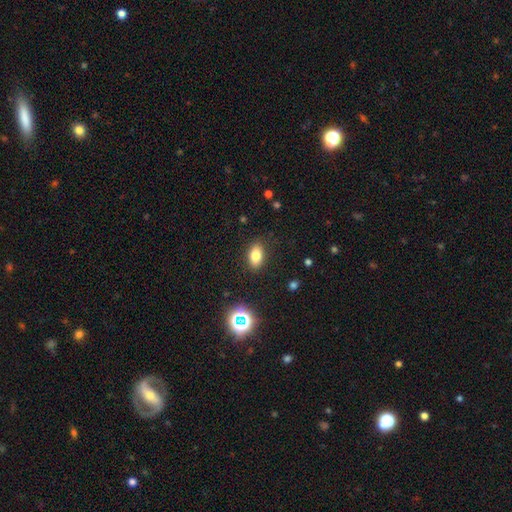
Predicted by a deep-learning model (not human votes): Smooth or featured? Predicted: smooth (p=0.78). How rounded? Predicted: in between (p=0.88). Merging? Predicted: none (p=0.86).